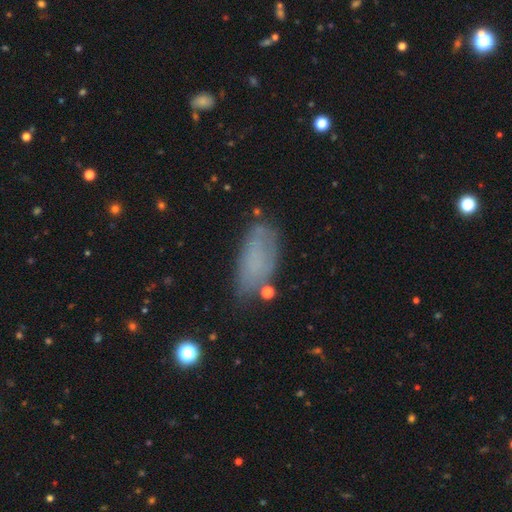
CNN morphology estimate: smooth-or-featured: smooth: 70% | featured or disk: 17% | star or artifact: 13%
  how-rounded: in between: 88% | cigar-shaped: 9% | round: 3%
  merging: none: 60% | minor disturbance: 26% | major disturbance: 11% | merger: 4%